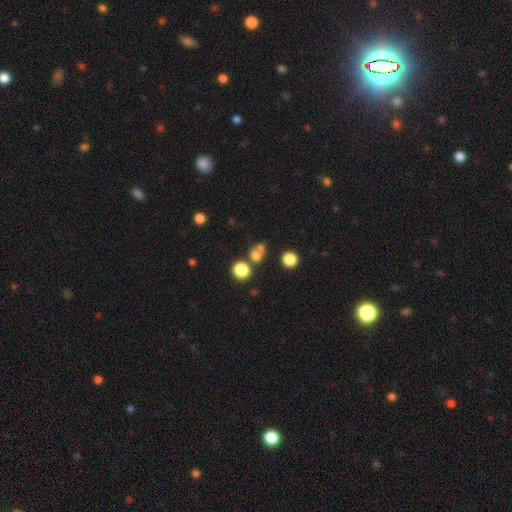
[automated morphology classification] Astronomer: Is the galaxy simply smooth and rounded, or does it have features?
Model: smooth — 71%.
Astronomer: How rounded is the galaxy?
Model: round — 82%.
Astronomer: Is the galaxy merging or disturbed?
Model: none — 52% (runner-up: merger, 34%).